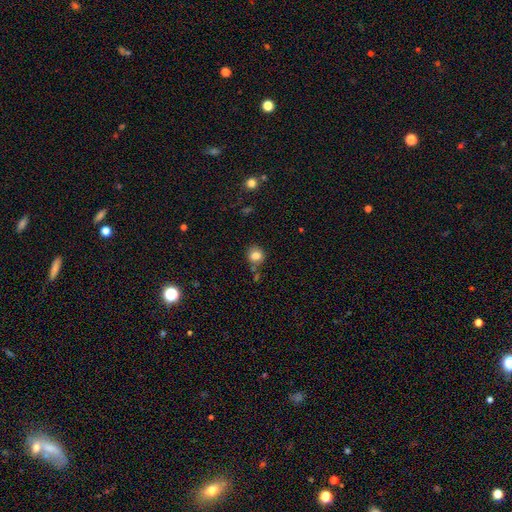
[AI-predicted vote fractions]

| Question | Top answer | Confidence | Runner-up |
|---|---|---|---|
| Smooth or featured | smooth | 81% | star or artifact (11%) |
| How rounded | round | 81% | in between (18%) |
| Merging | none | 75% | minor disturbance (14%) |